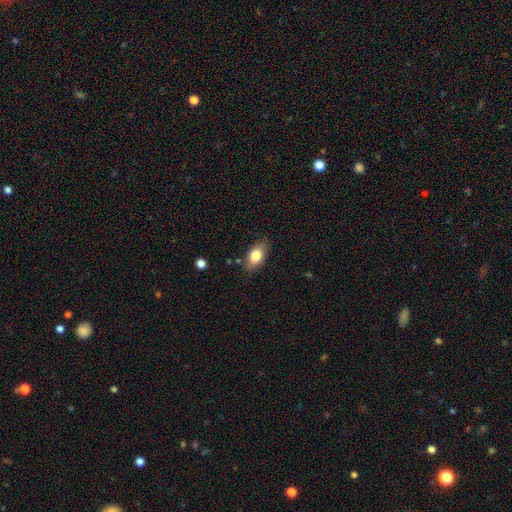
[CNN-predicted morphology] This appears to be a smooth galaxy with no disk features (80%) that is in between round and cigar-shaped (89%). Merging: none (82%).